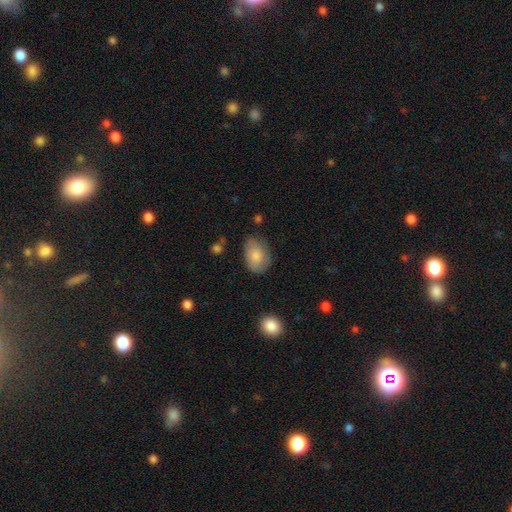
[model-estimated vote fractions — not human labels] Smooth or featured? Predicted: smooth (p=0.81). How rounded? Predicted: in between (p=0.85). Merging? Predicted: none (p=0.67).